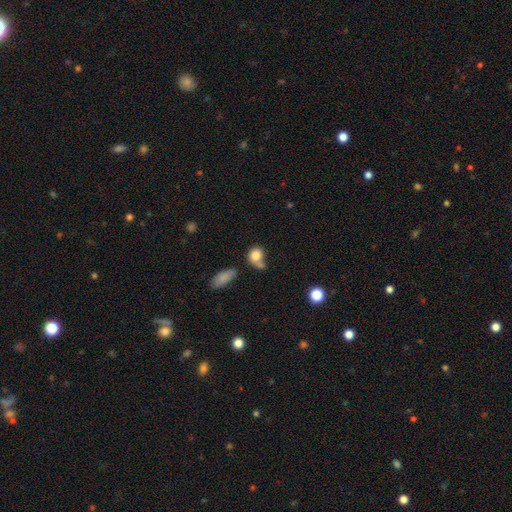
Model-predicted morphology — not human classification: The model was most divided on "merging": none: 41%, merger: 31%, minor disturbance: 18%, major disturbance: 11%. More confident: smooth or featured — smooth (81%); how rounded — round (64%).